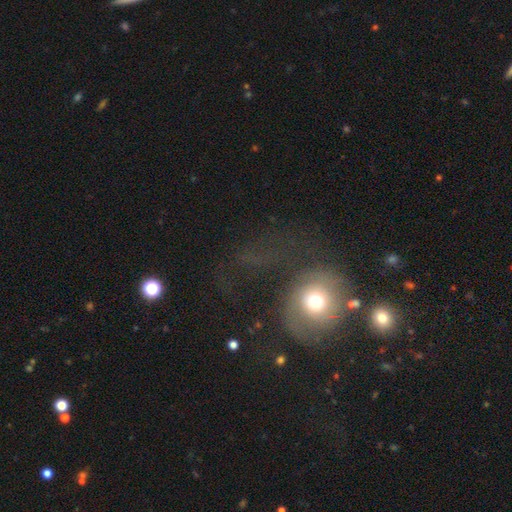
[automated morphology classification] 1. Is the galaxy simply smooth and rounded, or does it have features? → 47% smooth, 30% featured or disk, 23% star or artifact.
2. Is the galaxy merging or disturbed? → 38% major disturbance, 37% none, 16% minor disturbance, 9% merger.